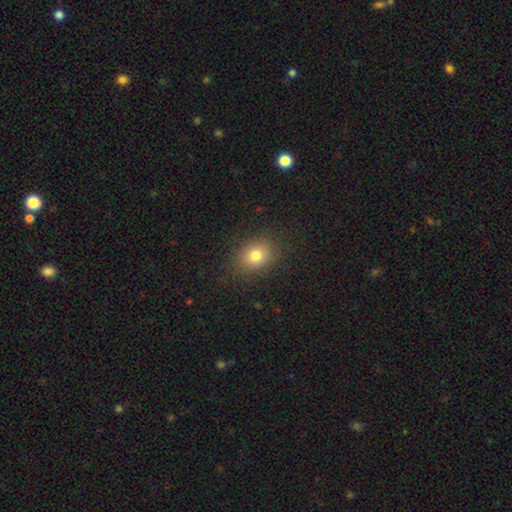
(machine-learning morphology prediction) This appears to be a smooth galaxy with no disk features (79%) that is in between round and cigar-shaped (55%). Merging: none (86%).